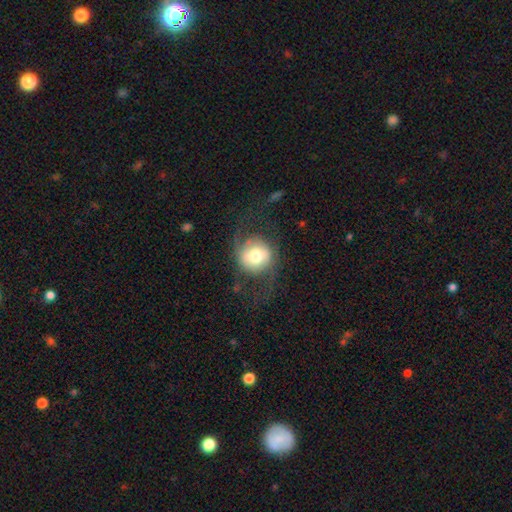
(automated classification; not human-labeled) This appears to be a smooth galaxy with no disk features (51%) that is round (88%). Merging: none (58%).